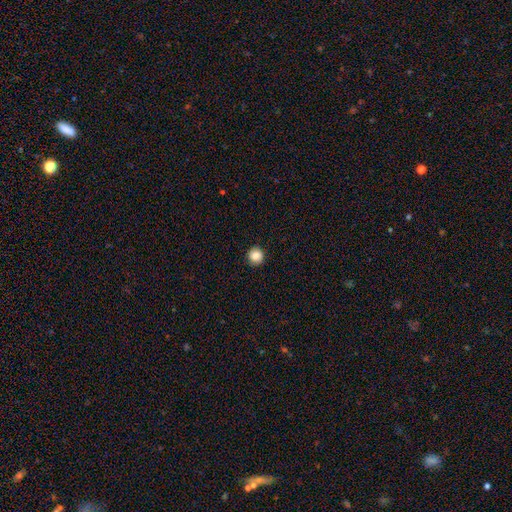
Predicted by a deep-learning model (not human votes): smooth-or-featured: smooth: 87% | star or artifact: 9% | featured or disk: 4%
  how-rounded: round: 94% | in between: 5% | cigar-shaped: 1%
  merging: none: 91% | minor disturbance: 7% | major disturbance: 2% | merger: 1%